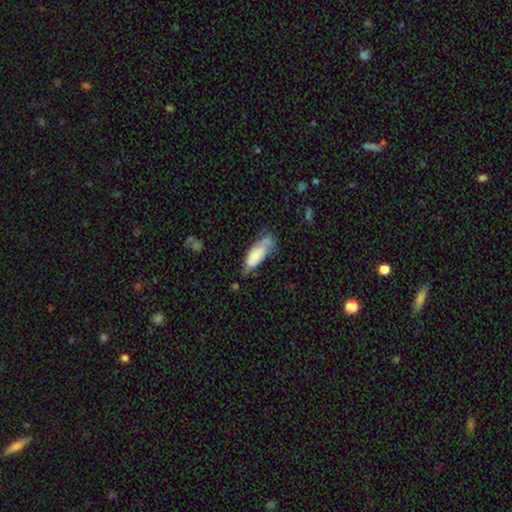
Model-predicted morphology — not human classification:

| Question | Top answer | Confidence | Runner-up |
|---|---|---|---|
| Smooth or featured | smooth | 71% | featured or disk (22%) |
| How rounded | in between | 70% | cigar-shaped (28%) |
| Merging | none | 40% | minor disturbance (35%) |